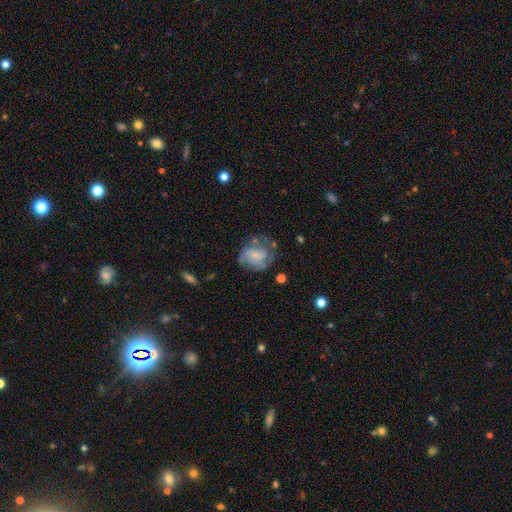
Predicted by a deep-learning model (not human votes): featured or disk 55%, smooth 36%, star or artifact 9%. Down the decision tree: edge-on disk — no (98%); bar — no (67%); spiral arms — yes (70%); bulge size — none (44%); merging — none (49%).